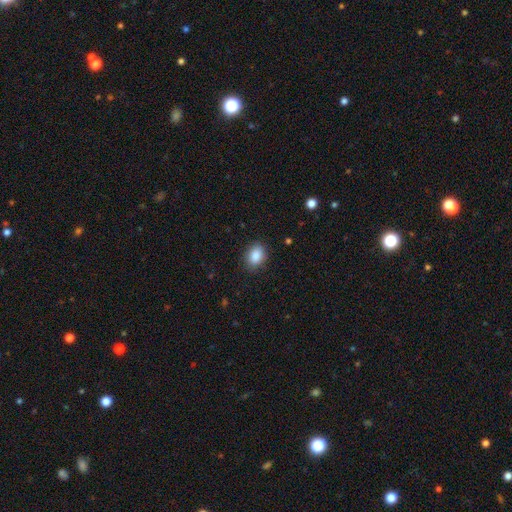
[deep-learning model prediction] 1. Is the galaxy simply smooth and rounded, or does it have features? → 88% smooth, 8% star or artifact, 4% featured or disk.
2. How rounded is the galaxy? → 73% in between, 26% round, 1% cigar-shaped.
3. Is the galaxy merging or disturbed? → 86% none, 10% minor disturbance, 3% major disturbance, 1% merger.